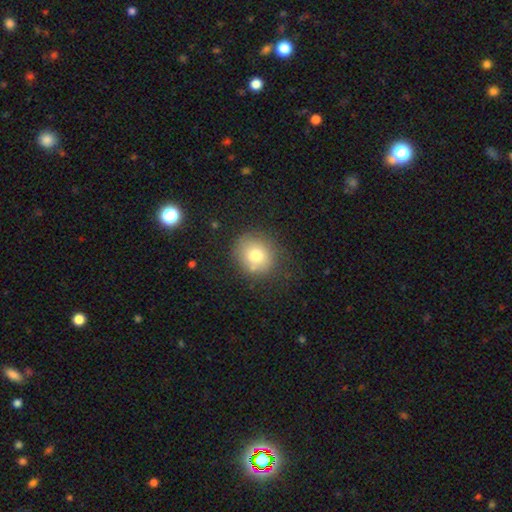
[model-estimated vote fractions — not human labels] The model was most divided on "smooth or featured": smooth: 75%, featured or disk: 13%, star or artifact: 12%. More confident: how rounded — round (80%); merging — none (77%).